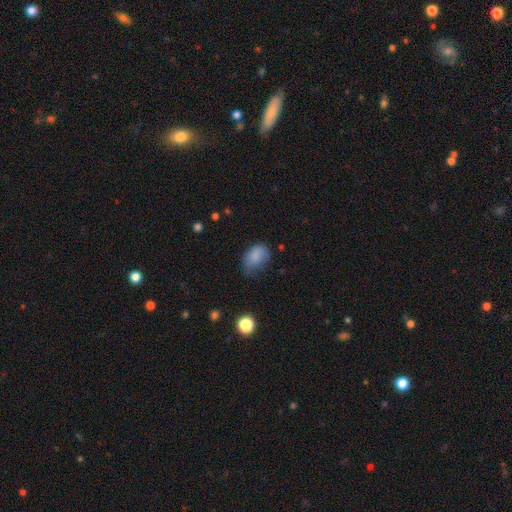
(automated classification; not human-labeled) Overall: smooth (81%). How rounded: in between (78%). Merging: minor disturbance (39%, tied with none).